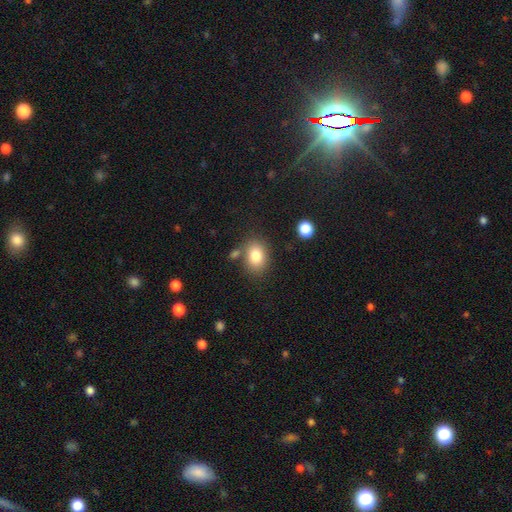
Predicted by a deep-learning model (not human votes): Overall: smooth (82%). How rounded: in between (69%; round 30%). Merging: none (73%).